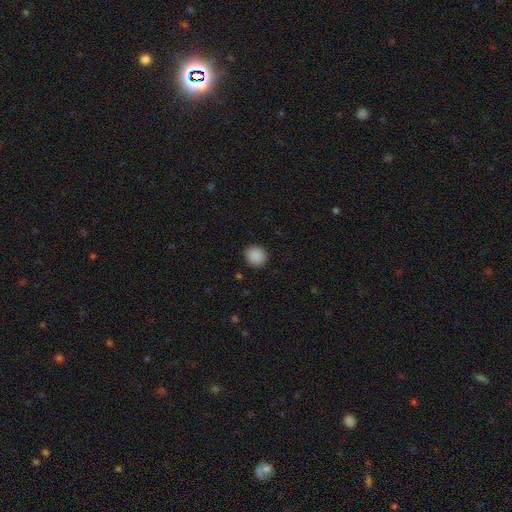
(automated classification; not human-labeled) smooth 89%, star or artifact 9%, featured or disk 2%. Down the decision tree: how rounded — round (89%); merging — none (90%).